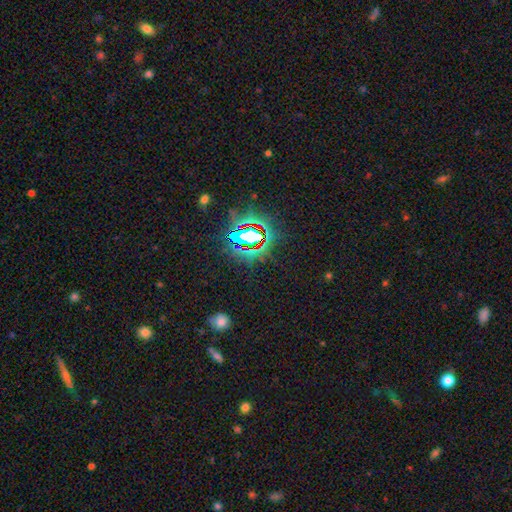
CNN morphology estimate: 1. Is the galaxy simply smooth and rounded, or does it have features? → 80% star or artifact, 12% smooth, 9% featured or disk.